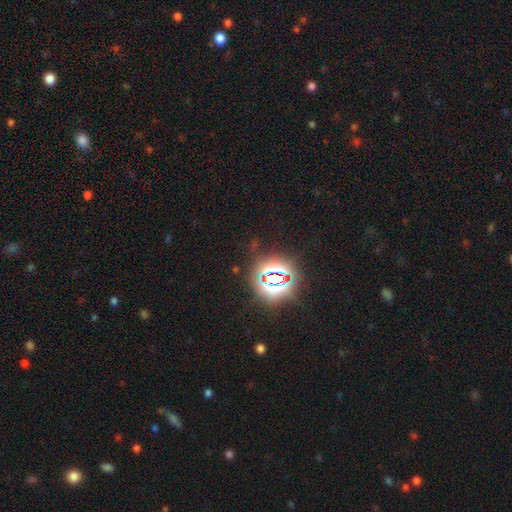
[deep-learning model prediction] star or artifact 82%, smooth 11%, featured or disk 6%.